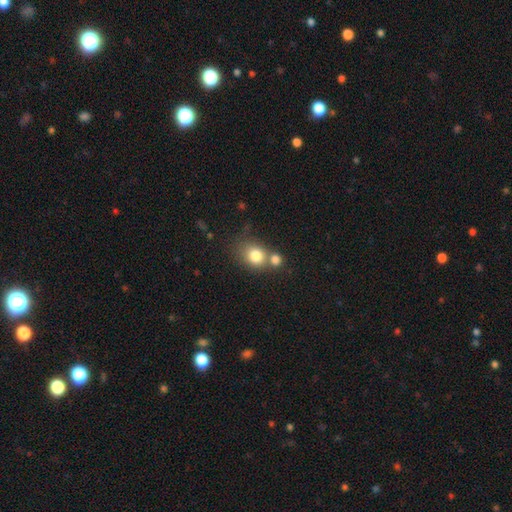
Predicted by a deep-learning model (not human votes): A smooth galaxy with no disk features (79%) that is round (66%).

Vote fractions:
- Smooth or featured? smooth: 79% / star or artifact: 10% / featured or disk: 10%
- How rounded? round: 66% / in between: 33% / cigar-shaped: 1%
- Merging? none: 44% / merger: 40% / minor disturbance: 11% / major disturbance: 5%